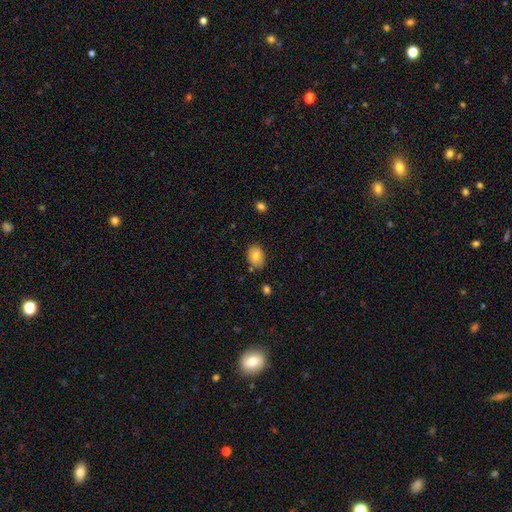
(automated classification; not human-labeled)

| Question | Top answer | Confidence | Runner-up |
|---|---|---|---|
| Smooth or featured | smooth | 81% | featured or disk (11%) |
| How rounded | in between | 74% | round (25%) |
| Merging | none | 81% | minor disturbance (14%) |